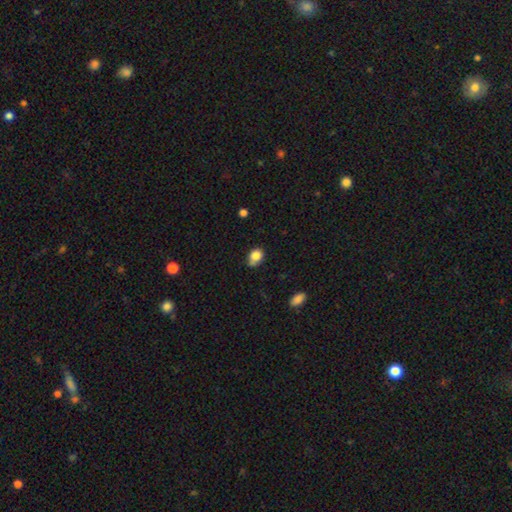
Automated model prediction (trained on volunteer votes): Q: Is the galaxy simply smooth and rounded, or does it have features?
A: smooth — 82%.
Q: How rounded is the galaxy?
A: in between — 59%.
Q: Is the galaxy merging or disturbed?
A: none — 50%.